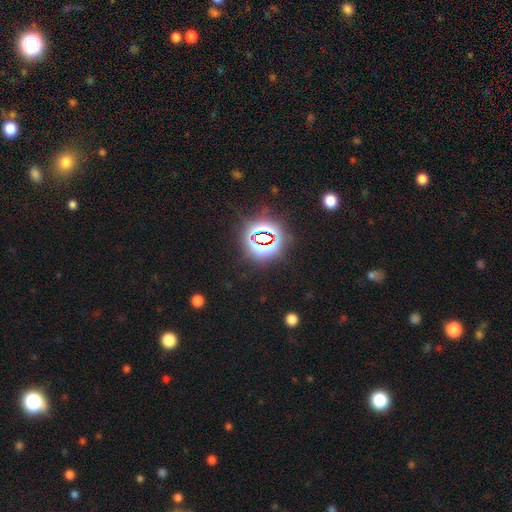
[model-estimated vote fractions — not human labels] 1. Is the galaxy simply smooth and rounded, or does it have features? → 82% star or artifact, 11% smooth, 6% featured or disk.